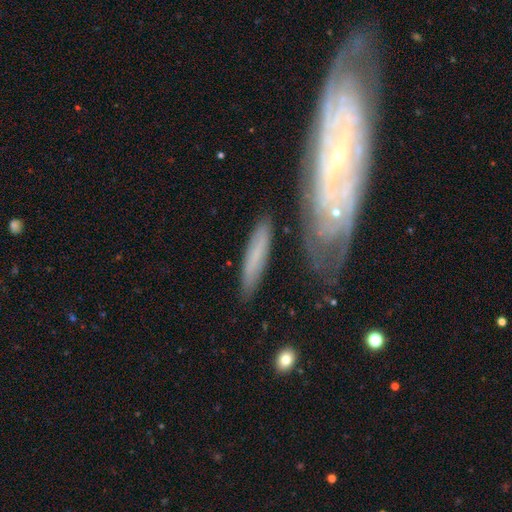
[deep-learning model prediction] The model was most divided on "smooth or featured": smooth: 54%, featured or disk: 37%, star or artifact: 8%. More confident: merging — none (74%); how rounded — cigar-shaped (72%).